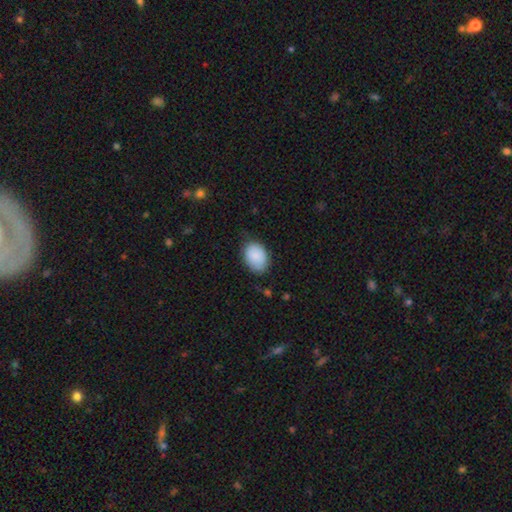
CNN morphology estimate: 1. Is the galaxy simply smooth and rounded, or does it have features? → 88% smooth, 6% star or artifact, 5% featured or disk.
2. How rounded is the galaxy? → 80% in between, 19% round, 1% cigar-shaped.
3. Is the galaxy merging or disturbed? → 74% none, 21% minor disturbance, 4% major disturbance, 1% merger.